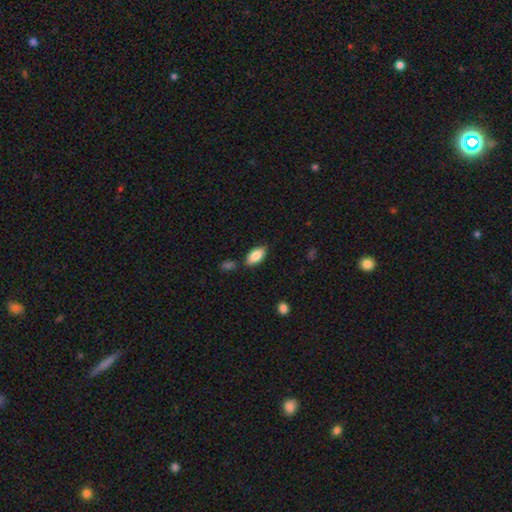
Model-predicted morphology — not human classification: Smooth or featured?
  - smooth: 84% *
  - featured or disk: 10%
  - star or artifact: 7%
How rounded?
  - in between: 90% *
  - cigar-shaped: 8%
  - round: 2%
Merging?
  - none: 81% *
  - minor disturbance: 12%
  - merger: 4%
  - major disturbance: 3%